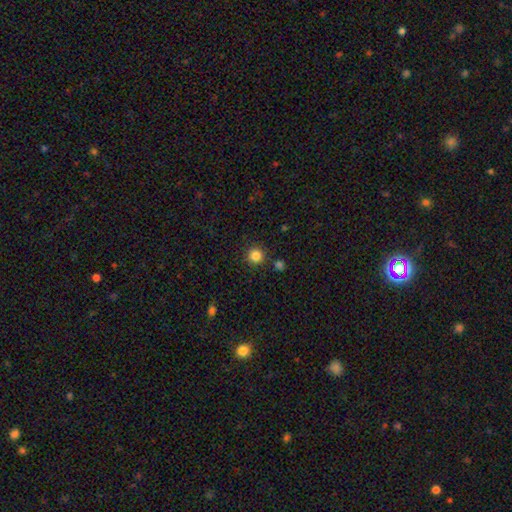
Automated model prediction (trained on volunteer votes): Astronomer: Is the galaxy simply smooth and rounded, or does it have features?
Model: smooth — 84%.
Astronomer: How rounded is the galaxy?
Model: round — 95%.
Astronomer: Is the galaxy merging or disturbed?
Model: none — 88%.